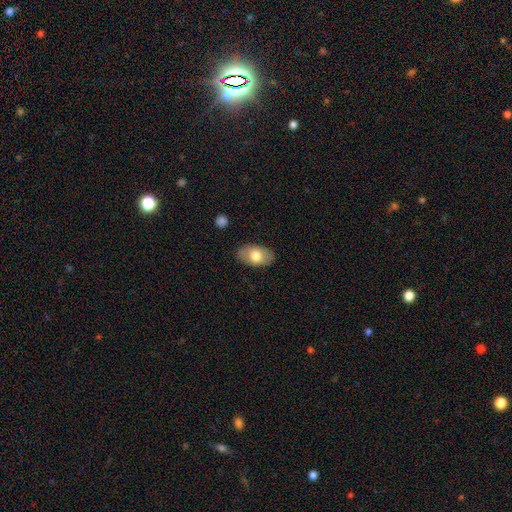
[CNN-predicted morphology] type=smooth (73%); roundness=in between (93%); merging=none (87%).